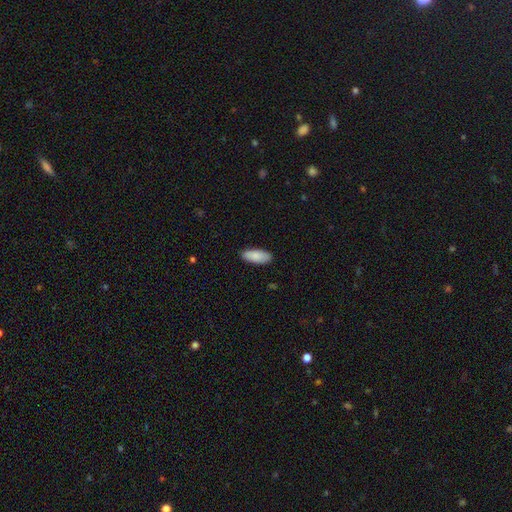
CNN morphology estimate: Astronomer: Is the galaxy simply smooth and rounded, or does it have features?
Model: smooth — 88%.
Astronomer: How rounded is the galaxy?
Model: in between — 81%.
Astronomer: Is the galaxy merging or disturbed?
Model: none — 88%.